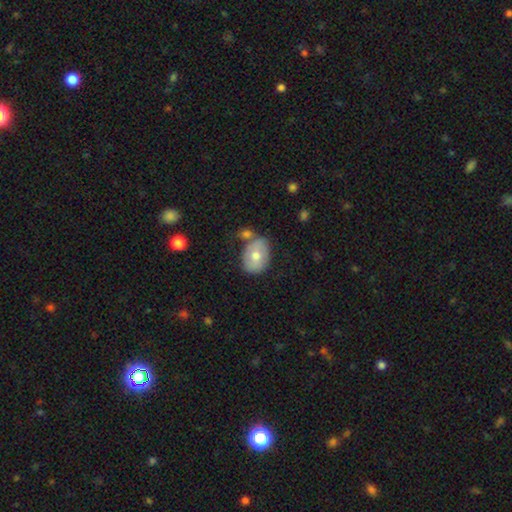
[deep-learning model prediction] smooth-or-featured: smooth: 64% | featured or disk: 29% | star or artifact: 7%
  how-rounded: in between: 74% | round: 25% | cigar-shaped: 1%
  merging: none: 59% | minor disturbance: 21% | merger: 14% | major disturbance: 6%